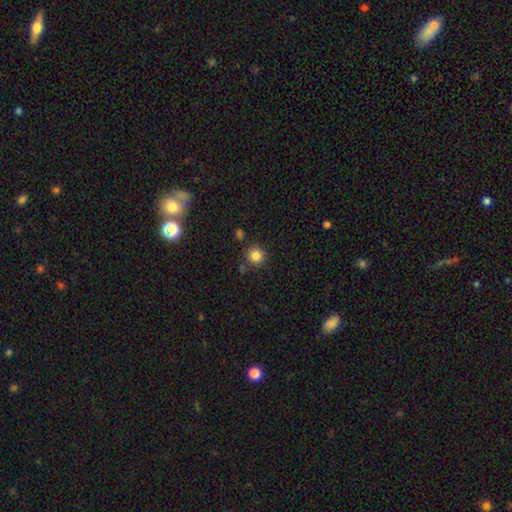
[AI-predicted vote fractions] This appears to be a smooth galaxy with no disk features (84%) that is round (93%). Merging: none (84%).